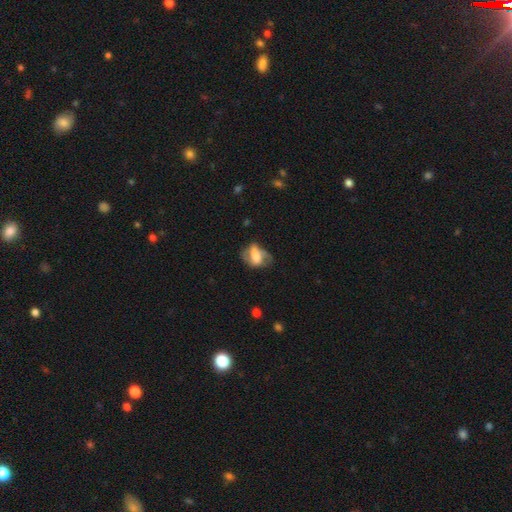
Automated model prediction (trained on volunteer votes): This appears to be a featured or disk galaxy (51%). Merging: none (42%).